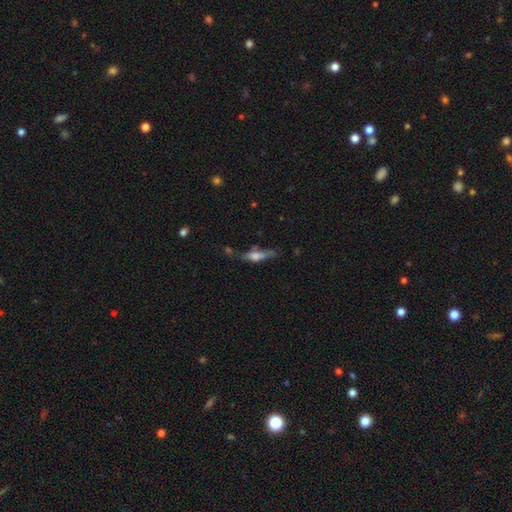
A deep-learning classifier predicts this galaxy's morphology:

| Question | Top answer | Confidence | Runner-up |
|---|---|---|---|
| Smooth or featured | featured or disk | 53% | smooth (37%) |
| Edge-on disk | yes | 86% | no (14%) |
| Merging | none | 54% | minor disturbance (23%) |